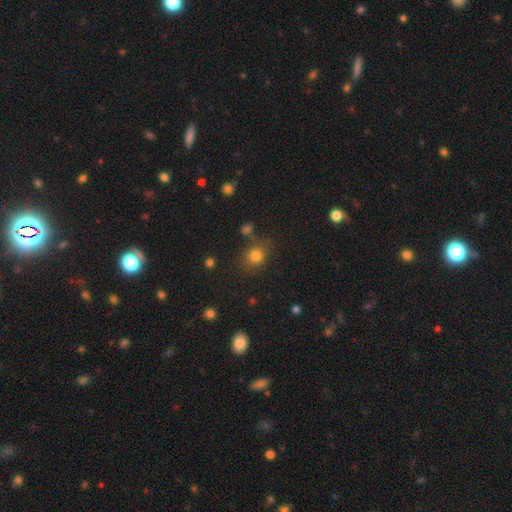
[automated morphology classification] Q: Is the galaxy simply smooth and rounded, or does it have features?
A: smooth — 78%.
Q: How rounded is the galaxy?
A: round — 69%.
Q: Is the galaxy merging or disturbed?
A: none — 76%.